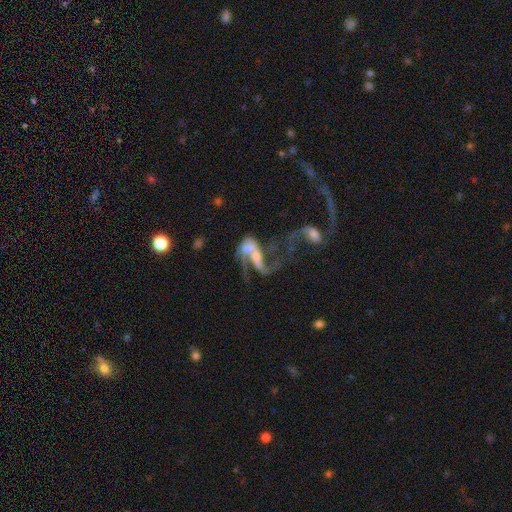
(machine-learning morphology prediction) type=featured or disk (73%); edge-on=no (96%); bar=no (46%); spiral arms=yes (73%); winding=loose (75%); arm count=2 (63%); bulge=moderate (31%); merging=merger (59%).